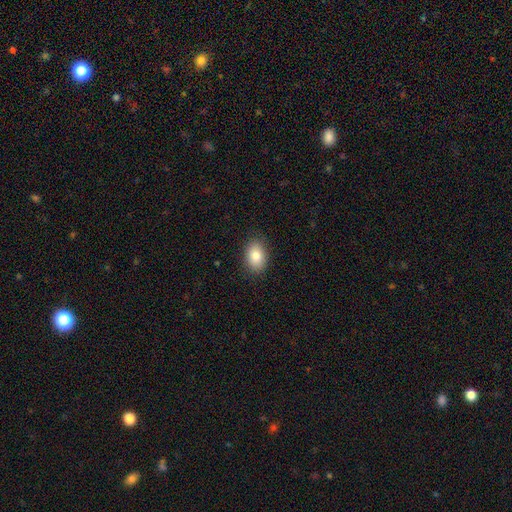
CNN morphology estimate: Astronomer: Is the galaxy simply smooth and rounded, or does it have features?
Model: smooth — 83%.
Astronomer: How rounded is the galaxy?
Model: in between — 82%.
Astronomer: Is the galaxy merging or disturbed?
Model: none — 87%.